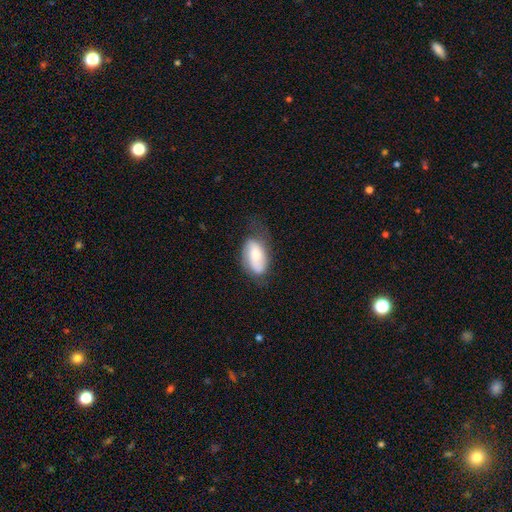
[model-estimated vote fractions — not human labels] Q: Smooth or featured?
A: smooth (57%); runner-up: featured or disk (36%)
Q: How rounded?
A: in between (92%); runner-up: round (5%)
Q: Merging?
A: none (53%); runner-up: minor disturbance (31%)